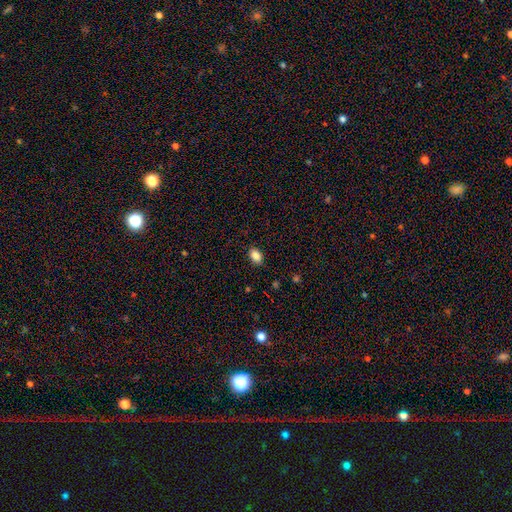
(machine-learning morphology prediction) smooth_or_featured: smooth (p=0.87) [alt: star or artifact p=0.08]
how_rounded: in between (p=0.87) [alt: round p=0.12]
merging: none (p=0.88) [alt: minor disturbance p=0.09]